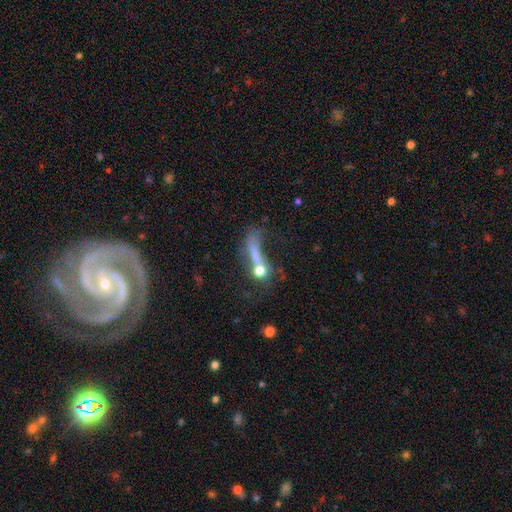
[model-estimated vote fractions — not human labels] This is possibly a smooth galaxy (49%). Merging: marginally merger (31%).